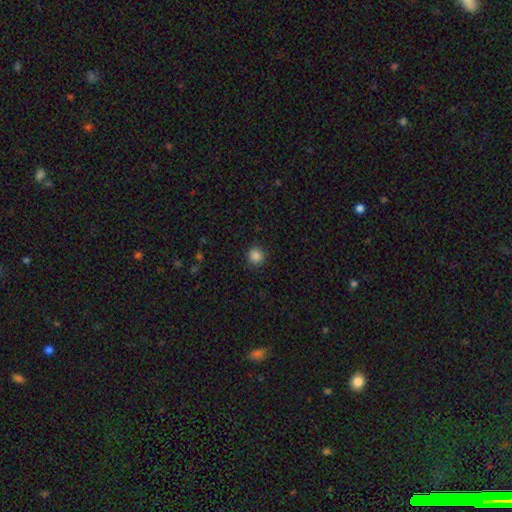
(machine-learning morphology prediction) Smooth or featured? smooth (86%)
How rounded? round (94%)
Merging? none (92%)